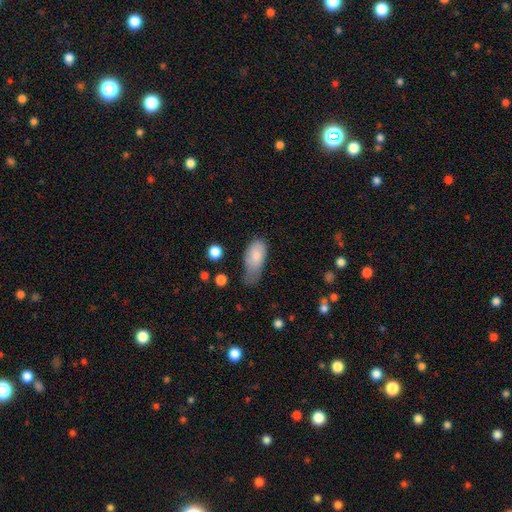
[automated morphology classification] Overall: smooth (82%). How rounded: in between (89%). Merging: minor disturbance (46%; none 26%).